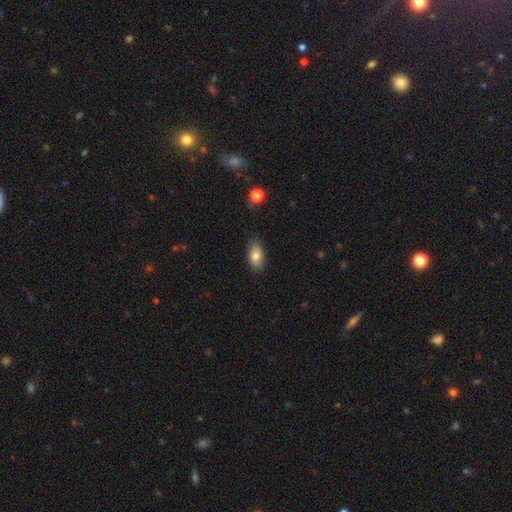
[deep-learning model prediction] The model was most divided on "merging": none: 81%, minor disturbance: 14%, major disturbance: 3%, merger: 1%. More confident: how rounded — in between (91%); smooth or featured — smooth (82%).